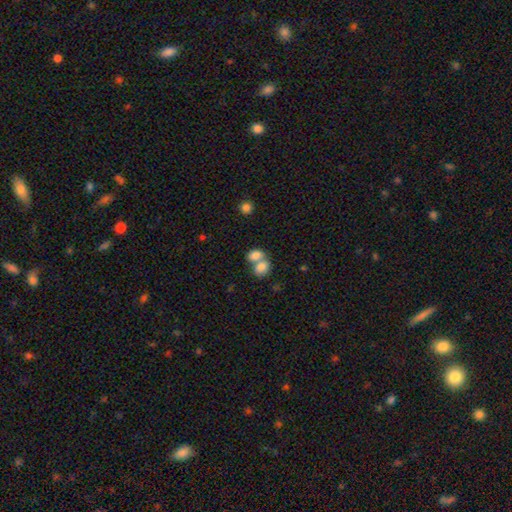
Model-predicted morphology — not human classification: A smooth galaxy with no disk features (81%) that is in between round and cigar-shaped (79%). Merging: merger (66%).